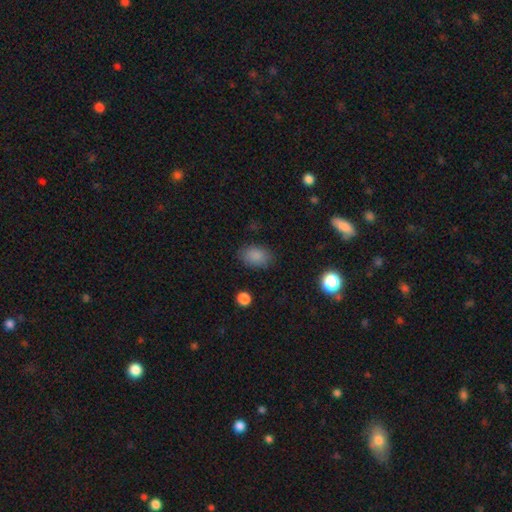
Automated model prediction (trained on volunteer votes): Smooth or featured?
  - smooth: 86% *
  - star or artifact: 10%
  - featured or disk: 5%
How rounded?
  - in between: 82% *
  - round: 17%
  - cigar-shaped: 1%
Merging?
  - none: 82% *
  - minor disturbance: 13%
  - major disturbance: 4%
  - merger: 1%